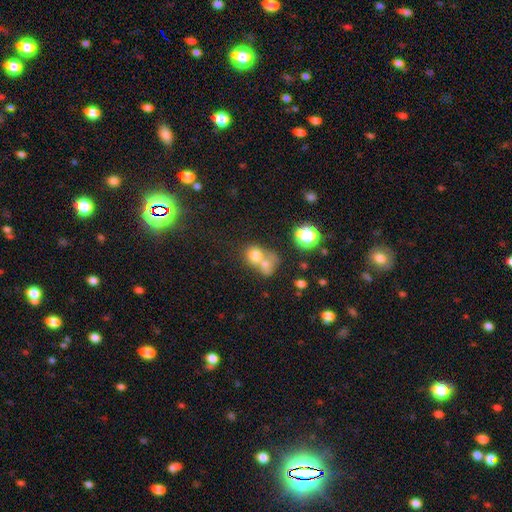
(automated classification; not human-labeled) smooth 71%, star or artifact 15%, featured or disk 14%. Down the decision tree: how rounded — round (73%); merging — merger (58%).